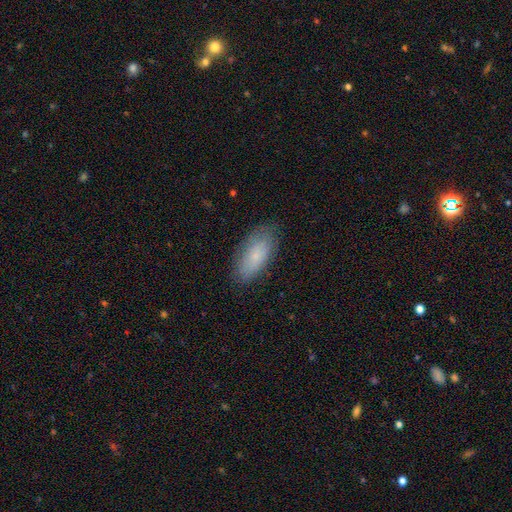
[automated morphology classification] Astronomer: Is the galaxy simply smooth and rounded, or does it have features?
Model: smooth — 76%.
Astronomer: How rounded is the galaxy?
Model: in between — 89%.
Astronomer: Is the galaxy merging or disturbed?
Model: none — 80%.